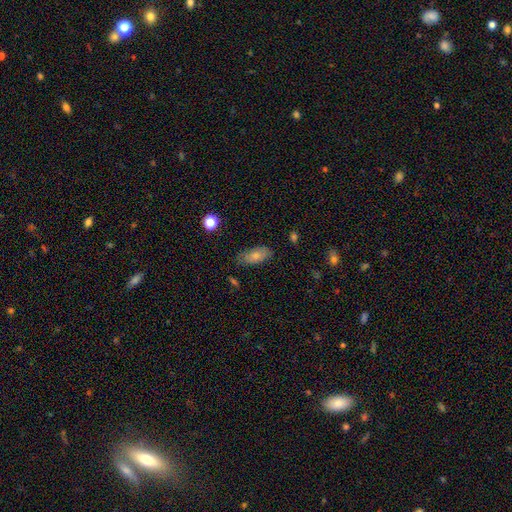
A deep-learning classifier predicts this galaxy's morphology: A smooth galaxy with no disk features (72%) that is in between round and cigar-shaped (88%).

Vote fractions:
- Smooth or featured? smooth: 72% / featured or disk: 20% / star or artifact: 8%
- How rounded? in between: 88% / cigar-shaped: 8% / round: 3%
- Merging? none: 75% / minor disturbance: 19% / major disturbance: 4% / merger: 2%